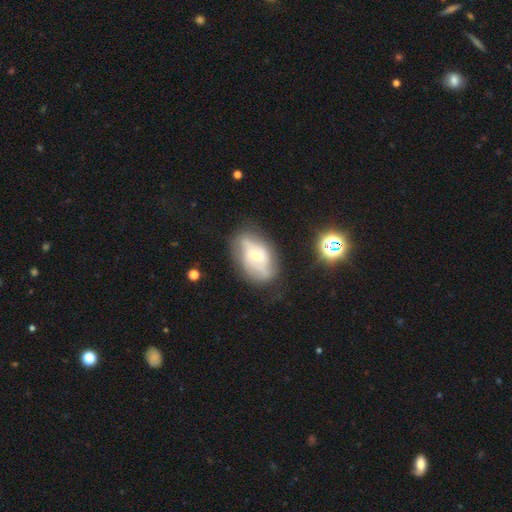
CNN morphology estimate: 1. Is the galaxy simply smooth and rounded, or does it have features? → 67% featured or disk, 24% smooth, 9% star or artifact.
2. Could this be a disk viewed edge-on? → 93% no, 7% yes.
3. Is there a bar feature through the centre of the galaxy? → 57% no, 33% weak, 11% strong.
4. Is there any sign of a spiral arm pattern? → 74% yes, 26% no.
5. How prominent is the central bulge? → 52% small, 43% moderate, 3% large, 2% none, 1% dominant.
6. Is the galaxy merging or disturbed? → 59% none, 26% minor disturbance, 12% major disturbance, 3% merger.